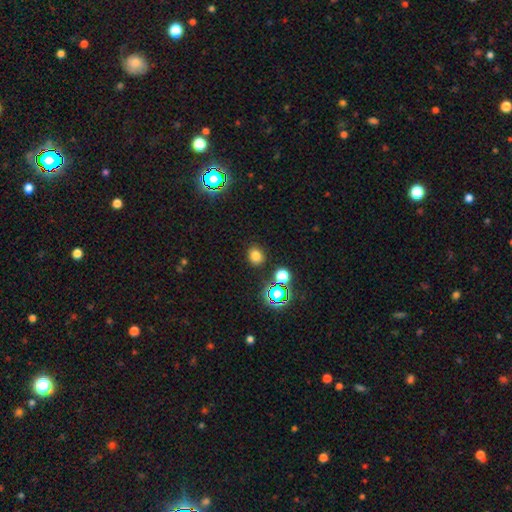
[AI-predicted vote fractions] Smooth or featured? smooth (76%)
How rounded? round (76%)
Merging? none (86%)